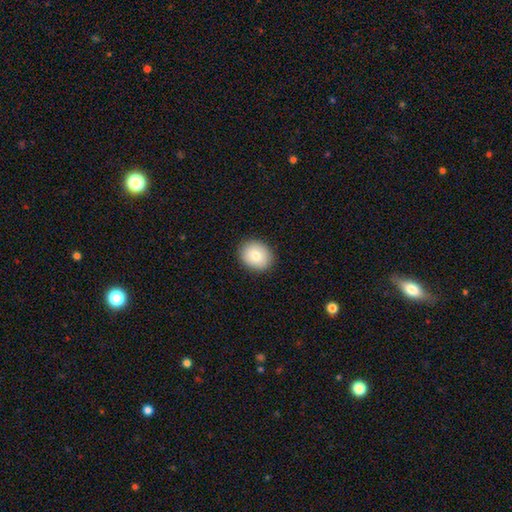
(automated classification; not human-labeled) smooth 81%, featured or disk 11%, star or artifact 8%. Down the decision tree: how rounded — round (61%); merging — none (89%).